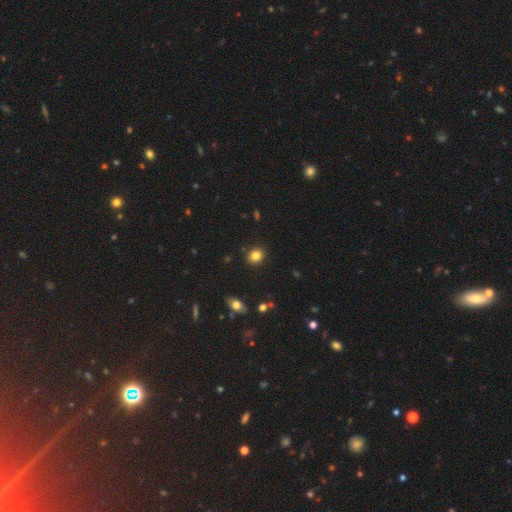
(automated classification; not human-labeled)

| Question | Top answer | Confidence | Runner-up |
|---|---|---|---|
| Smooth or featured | smooth | 83% | star or artifact (11%) |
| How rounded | round | 63% | in between (36%) |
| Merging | none | 88% | minor disturbance (8%) |